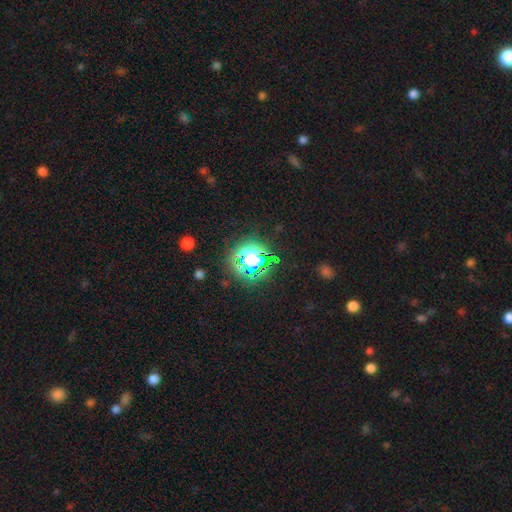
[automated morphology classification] Smooth or featured?
  - star or artifact: 66% *
  - smooth: 24%
  - featured or disk: 10%